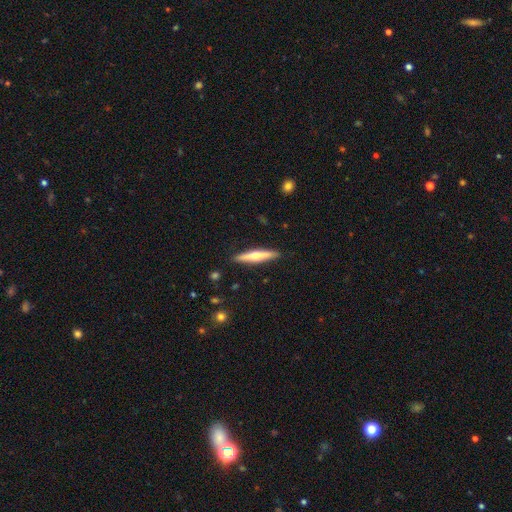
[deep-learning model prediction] Morphology: type=featured or disk (52%); edge-on=yes (96%); merging=none (90%).